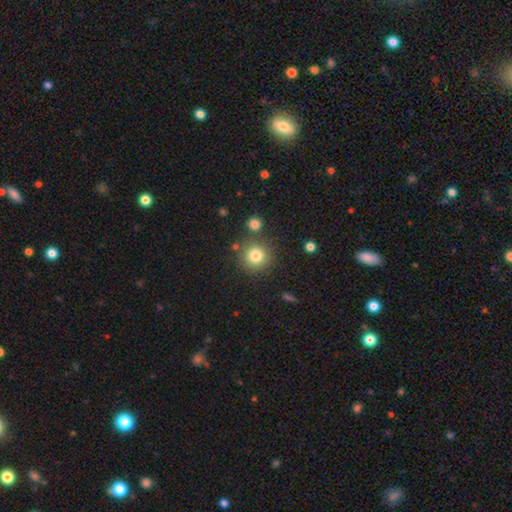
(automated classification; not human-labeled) This is clearly a smooth galaxy (81%). How rounded: clearly round (93%). Merging: clearly none (81%).